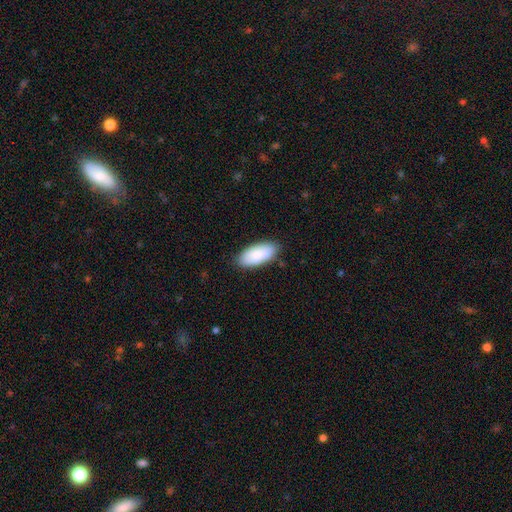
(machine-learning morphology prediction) The model was most divided on "merging": none: 85%, minor disturbance: 12%, major disturbance: 2%, merger: 1%. More confident: how rounded — in between (91%); smooth or featured — smooth (85%).